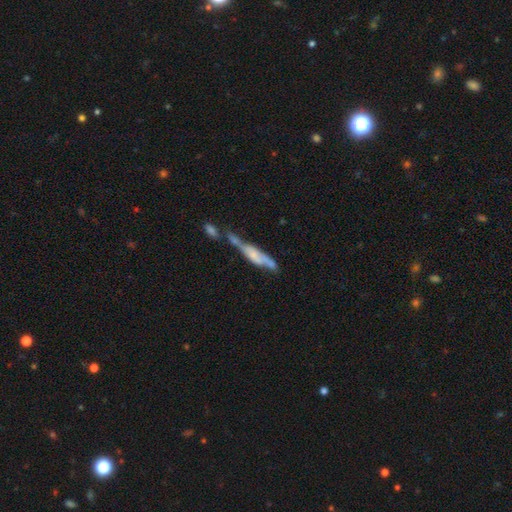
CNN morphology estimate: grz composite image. It shows a featured or disk galaxy (57%) viewed edge-on (57%). Merging: merger (53%).